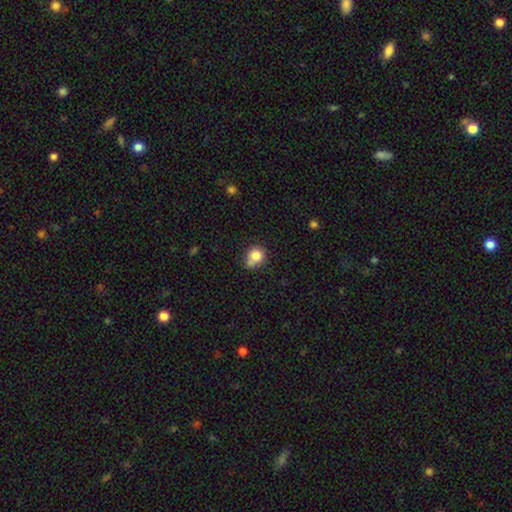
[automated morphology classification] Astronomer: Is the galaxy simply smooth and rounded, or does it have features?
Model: smooth — 79%.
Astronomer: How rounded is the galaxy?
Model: round — 82%.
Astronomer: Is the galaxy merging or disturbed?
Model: none — 55%.